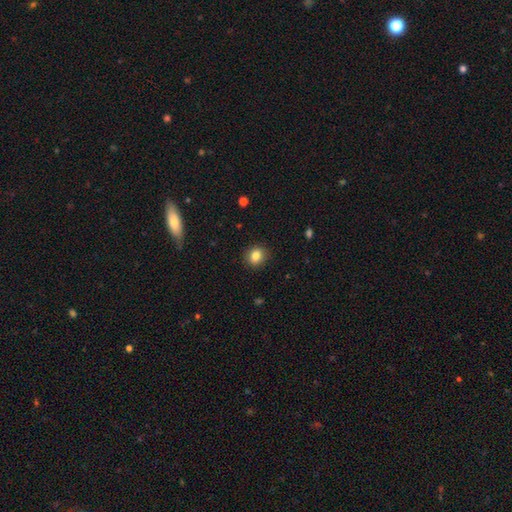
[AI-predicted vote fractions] This appears to be a smooth galaxy with no disk features (83%) that is round (73%). Merging: none (88%).